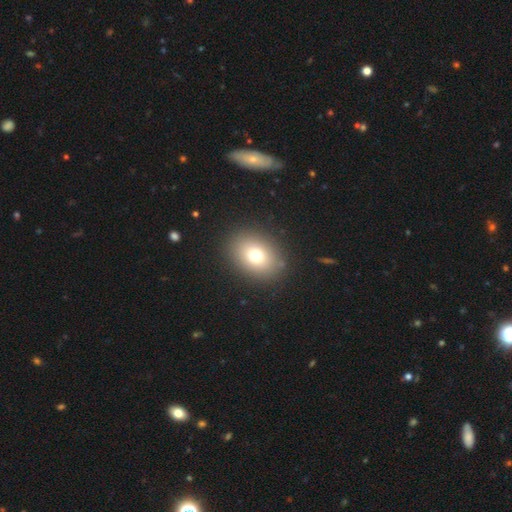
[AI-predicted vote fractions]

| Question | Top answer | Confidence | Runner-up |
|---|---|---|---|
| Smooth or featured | smooth | 74% | star or artifact (14%) |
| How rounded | in between | 59% | round (40%) |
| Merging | none | 88% | minor disturbance (8%) |